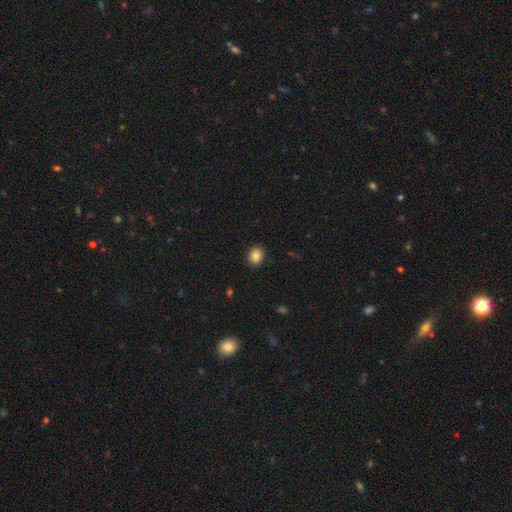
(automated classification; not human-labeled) smooth 85%, star or artifact 10%, featured or disk 6%. Down the decision tree: how rounded — round (70%); merging — none (90%).